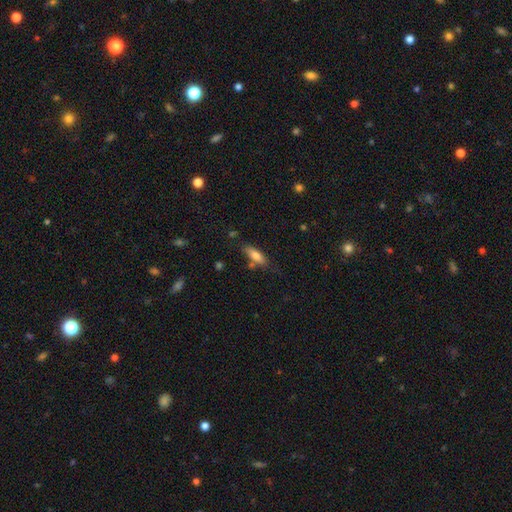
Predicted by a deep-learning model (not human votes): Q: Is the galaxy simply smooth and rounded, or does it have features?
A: smooth — 73%.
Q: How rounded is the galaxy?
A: in between — 56%.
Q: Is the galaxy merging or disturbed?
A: none — 70%.